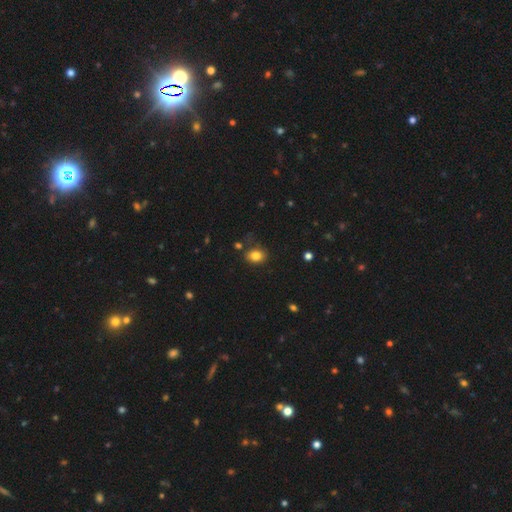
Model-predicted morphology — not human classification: smooth 82%, star or artifact 11%, featured or disk 7%. Down the decision tree: how rounded — in between (62%); merging — none (77%).